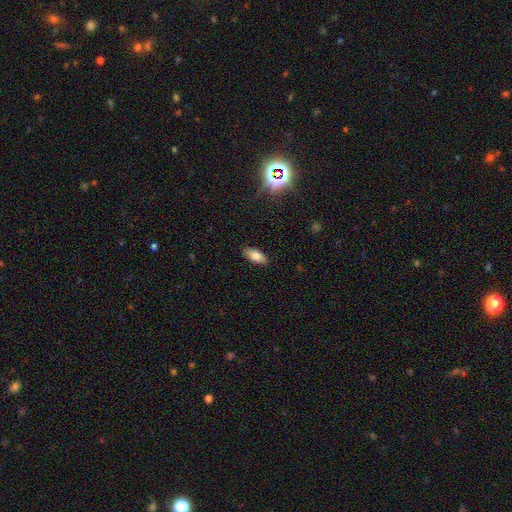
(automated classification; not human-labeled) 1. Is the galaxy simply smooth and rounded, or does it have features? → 81% smooth, 11% featured or disk, 9% star or artifact.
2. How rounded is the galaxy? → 86% in between, 11% cigar-shaped, 3% round.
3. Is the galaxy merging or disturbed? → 87% none, 9% minor disturbance, 2% major disturbance, 1% merger.